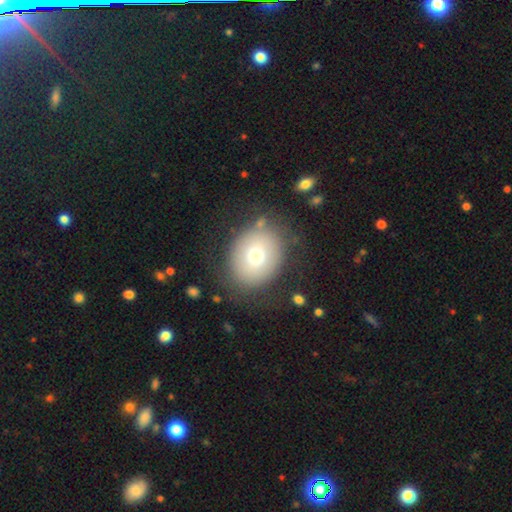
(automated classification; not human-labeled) Smooth or featured?
  - smooth: 69% *
  - featured or disk: 20%
  - star or artifact: 10%
How rounded?
  - round: 51% *
  - in between: 49%
  - cigar-shaped: 1%
Merging?
  - none: 78% *
  - minor disturbance: 13%
  - major disturbance: 6%
  - merger: 2%